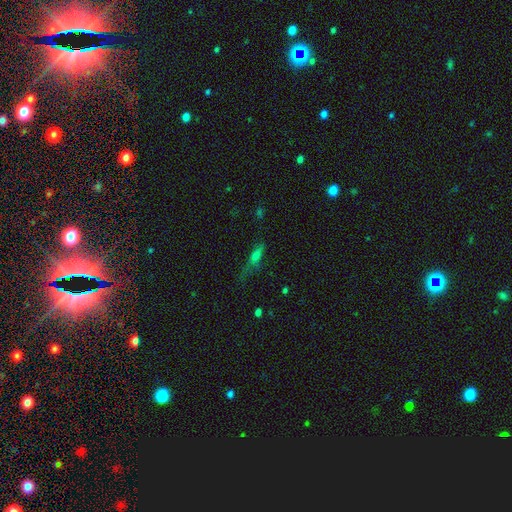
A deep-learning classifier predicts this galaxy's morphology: This is possibly a smooth galaxy (58%). How rounded: possibly cigar-shaped (59%). Merging: possibly none (46%).